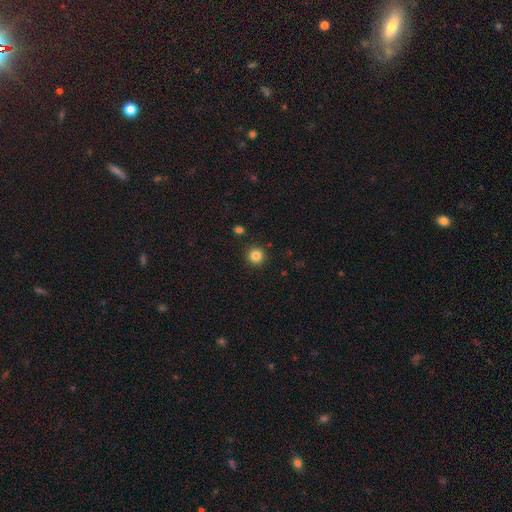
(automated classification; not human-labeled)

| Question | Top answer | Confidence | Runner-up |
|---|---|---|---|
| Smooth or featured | smooth | 84% | star or artifact (11%) |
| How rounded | round | 95% | in between (4%) |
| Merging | none | 90% | minor disturbance (6%) |